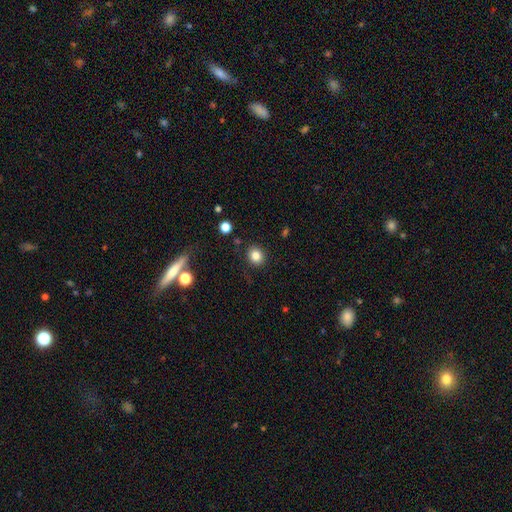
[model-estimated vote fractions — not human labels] smooth 83%, star or artifact 12%, featured or disk 6%. Down the decision tree: how rounded — round (77%); merging — none (87%).